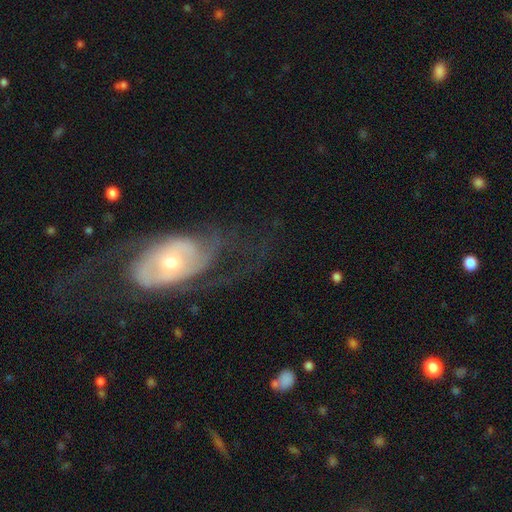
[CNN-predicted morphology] smooth-or-featured: featured or disk: 72% | smooth: 18% | star or artifact: 10%
  disk-edge-on: no: 91% | yes: 9%
    bar: no: 71% | weak: 20% | strong: 9%
    has-spiral-arms: yes: 67% | no: 33%
    bulge-size: moderate: 49% | small: 45% | large: 4% | dominant: 1% | none: 1%
  merging: none: 57% | major disturbance: 24% | minor disturbance: 16% | merger: 3%